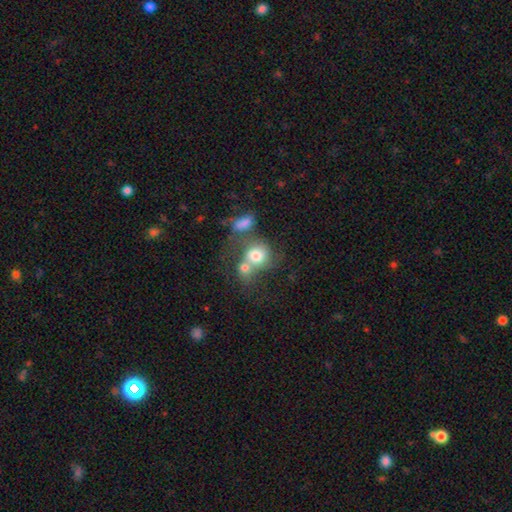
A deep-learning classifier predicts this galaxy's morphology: Overall: smooth (69%). How rounded: round (65%; in between 34%). Merging: merger (63%).